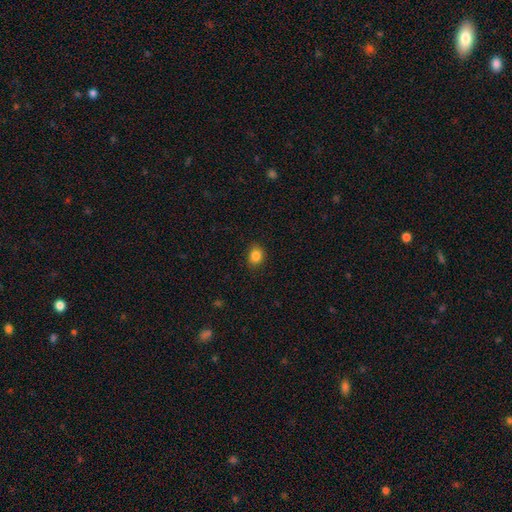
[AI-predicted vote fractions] A smooth galaxy with no disk features (85%) that is round (57%). Merging: none (87%).